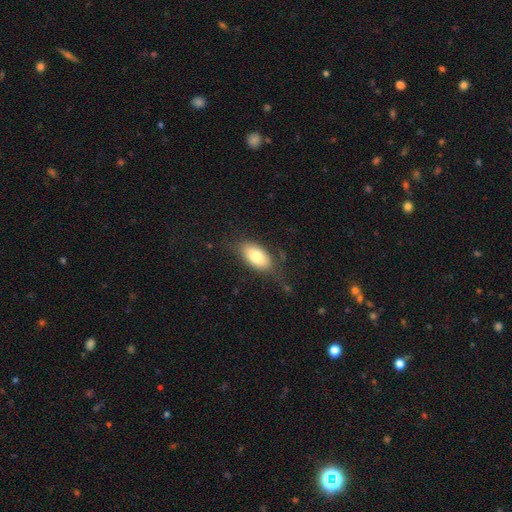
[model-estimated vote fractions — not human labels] smooth 77%, featured or disk 16%, star or artifact 7%. Down the decision tree: how rounded — in between (92%); merging — none (69%).